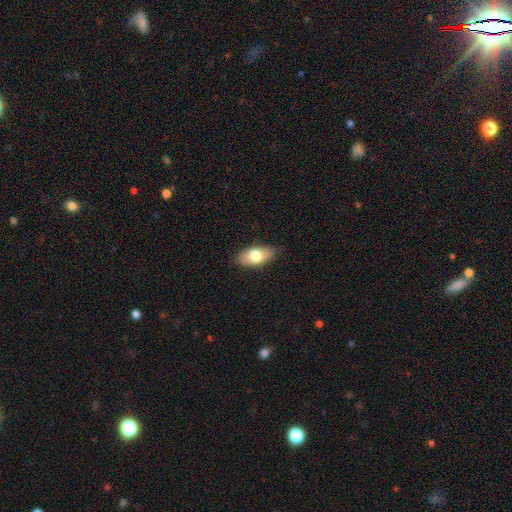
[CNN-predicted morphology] The model was most divided on "smooth or featured": smooth: 72%, featured or disk: 21%, star or artifact: 7%. More confident: how rounded — in between (89%); merging — none (83%).